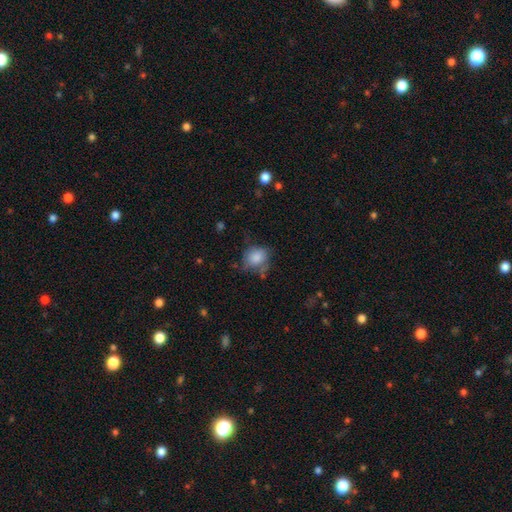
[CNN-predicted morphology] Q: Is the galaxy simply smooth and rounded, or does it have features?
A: smooth — 80%.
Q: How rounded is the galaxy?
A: round — 69%.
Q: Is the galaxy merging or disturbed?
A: none — 51%.